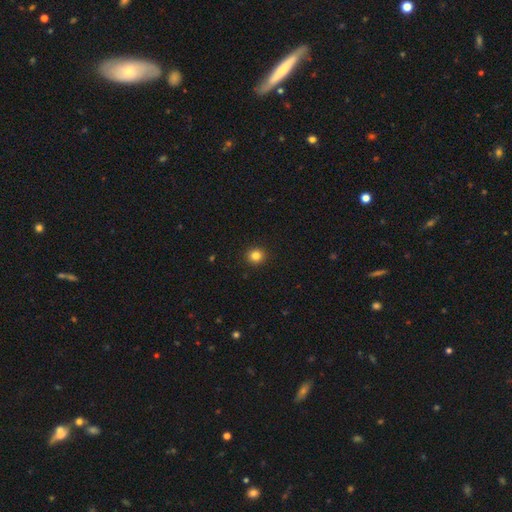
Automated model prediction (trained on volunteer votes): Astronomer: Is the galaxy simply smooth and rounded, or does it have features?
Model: smooth — 83%.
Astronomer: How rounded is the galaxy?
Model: round — 91%.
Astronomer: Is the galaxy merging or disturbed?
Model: none — 93%.